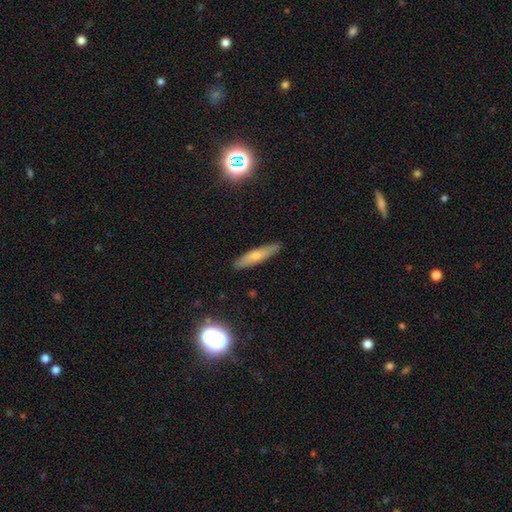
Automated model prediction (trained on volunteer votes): Overall: smooth (65%; featured or disk 27%). How rounded: cigar-shaped (79%). Merging: none (88%).